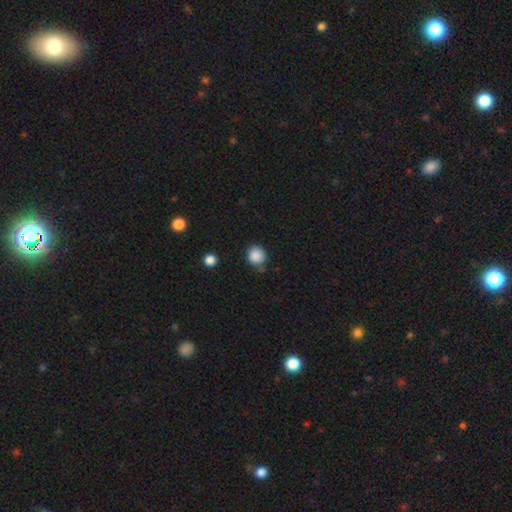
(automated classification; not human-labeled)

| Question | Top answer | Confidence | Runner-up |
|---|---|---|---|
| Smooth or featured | smooth | 87% | star or artifact (9%) |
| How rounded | round | 90% | in between (9%) |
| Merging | none | 73% | minor disturbance (19%) |